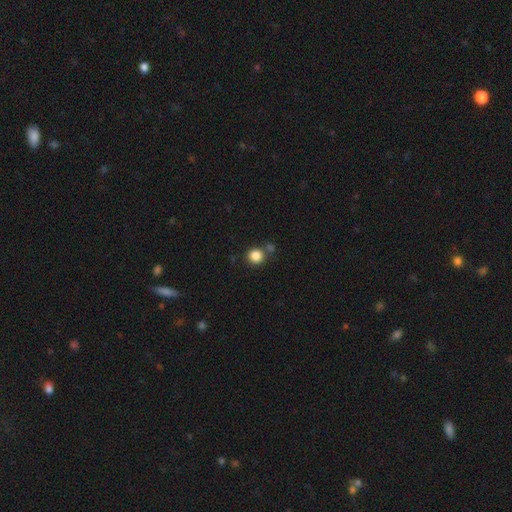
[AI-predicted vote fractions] smooth 85%, star or artifact 11%, featured or disk 4%. Down the decision tree: how rounded — round (91%); merging — none (74%).